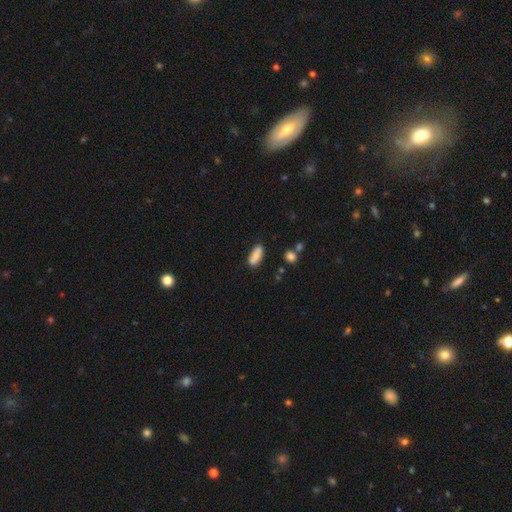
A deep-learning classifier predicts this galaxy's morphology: This appears to be a smooth galaxy with no disk features (85%) that is in between round and cigar-shaped (73%). Merging: none (70%).